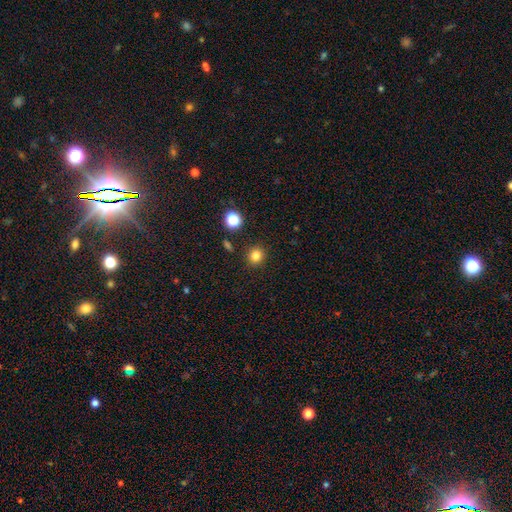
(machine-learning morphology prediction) Overall: smooth (82%). How rounded: round (84%). Merging: none (89%).